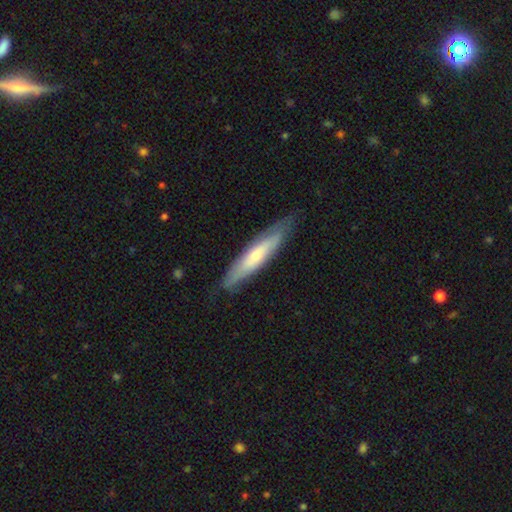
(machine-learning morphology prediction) Smooth or featured?
  - smooth: 49% *
  - featured or disk: 46%
  - star or artifact: 5%
Merging?
  - none: 79% *
  - minor disturbance: 17%
  - major disturbance: 3%
  - merger: 1%